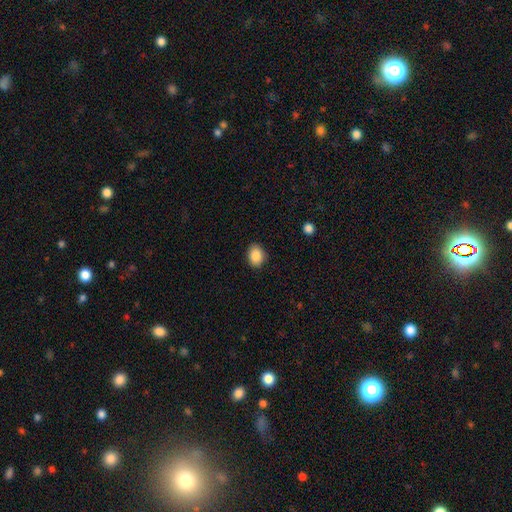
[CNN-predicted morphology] The model was most divided on "how rounded": in between: 61%, round: 38%, cigar-shaped: 1%. More confident: smooth or featured — smooth (88%); merging — none (87%).